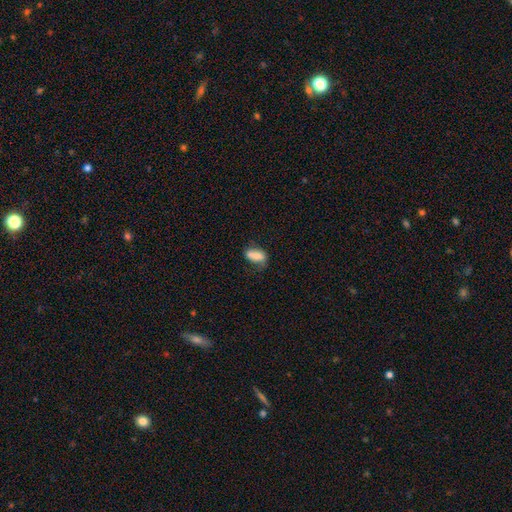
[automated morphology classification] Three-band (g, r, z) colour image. It shows a smooth galaxy with no disk features (74%) that is in between round and cigar-shaped (85%). Merging: none (36%).